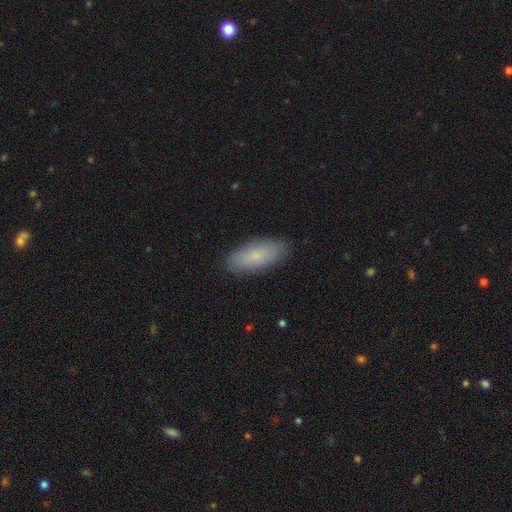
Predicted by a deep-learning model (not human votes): This is likely a smooth galaxy (79%). How rounded: clearly in between (80%). Merging: clearly none (88%).